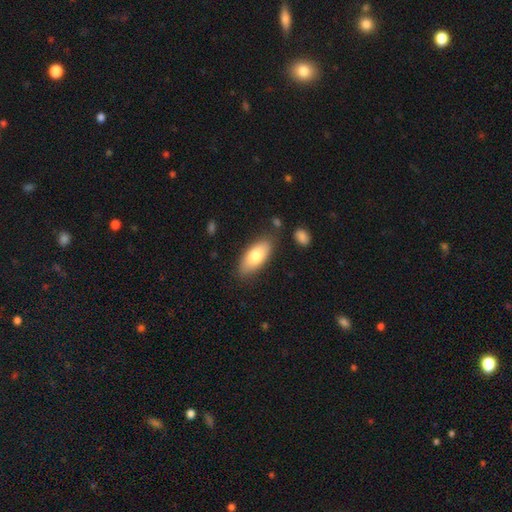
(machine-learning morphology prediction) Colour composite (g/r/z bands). It shows a smooth galaxy with no disk features (78%) that is in between round and cigar-shaped (87%). Merging: none (80%).